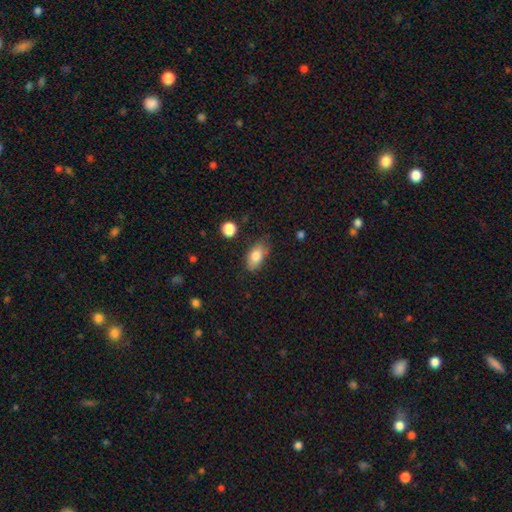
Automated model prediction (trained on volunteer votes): Overall: smooth (80%). How rounded: in between (90%). Merging: none (72%).